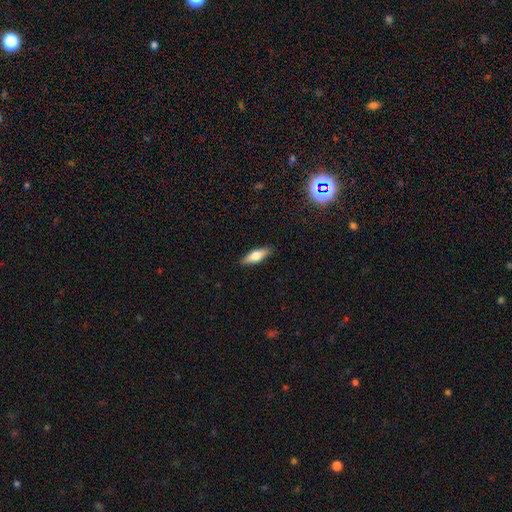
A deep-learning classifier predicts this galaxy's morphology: smooth-or-featured: smooth: 61% | featured or disk: 33% | star or artifact: 7%
  how-rounded: in between: 53% | cigar-shaped: 45% | round: 3%
  merging: none: 88% | minor disturbance: 9% | major disturbance: 2% | merger: 1%